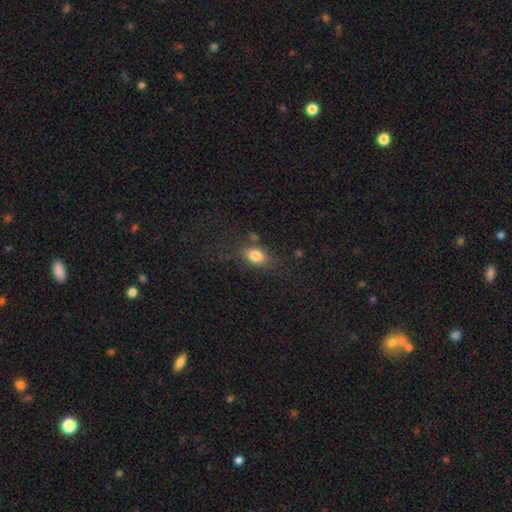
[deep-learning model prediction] Smooth or featured? Predicted: smooth (p=0.82). How rounded? Predicted: in between (p=0.77). Merging? Predicted: none (p=0.71).